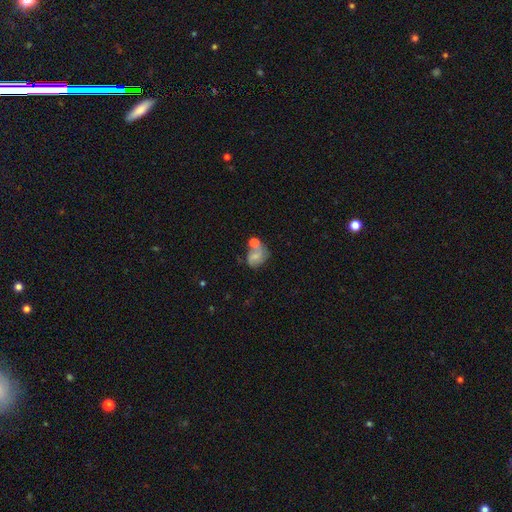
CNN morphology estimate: Smooth or featured?
  - smooth: 46% *
  - featured or disk: 44%
  - star or artifact: 9%
Merging?
  - merger: 40% *
  - none: 31%
  - minor disturbance: 17%
  - major disturbance: 11%